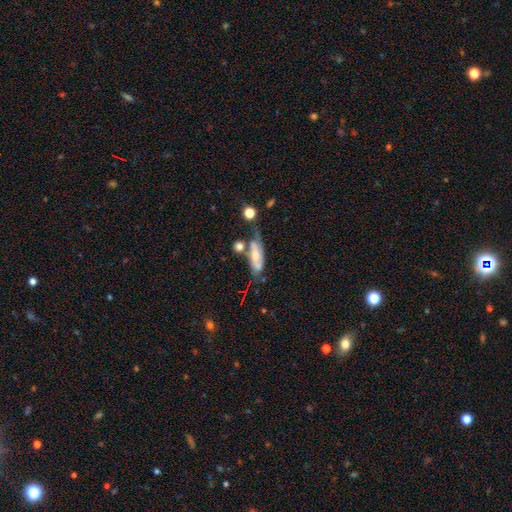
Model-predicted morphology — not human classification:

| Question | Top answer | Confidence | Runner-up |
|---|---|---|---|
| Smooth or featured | featured or disk | 53% | smooth (39%) |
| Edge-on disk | no | 76% | yes (24%) |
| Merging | none | 33% | merger (24%) |